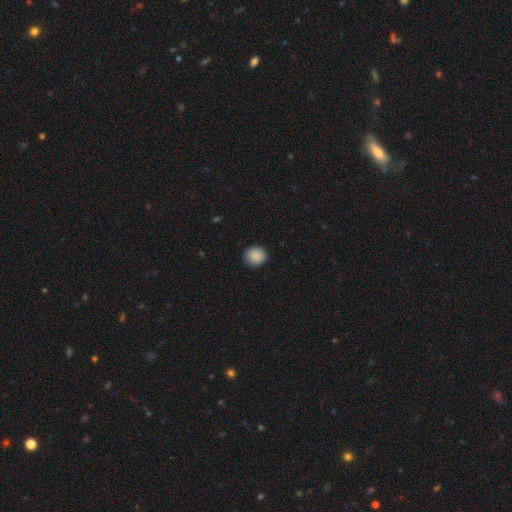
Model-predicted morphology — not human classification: Overall: smooth (89%). How rounded: round (90%). Merging: none (90%).